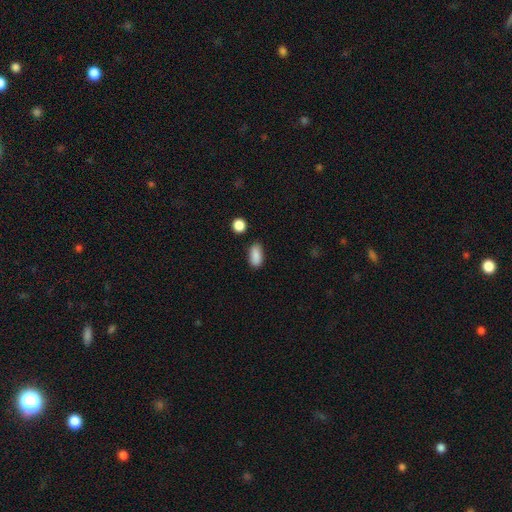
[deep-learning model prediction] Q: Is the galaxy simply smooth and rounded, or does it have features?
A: smooth — 88%.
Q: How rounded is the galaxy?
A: in between — 89%.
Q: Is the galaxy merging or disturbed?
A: none — 81%.